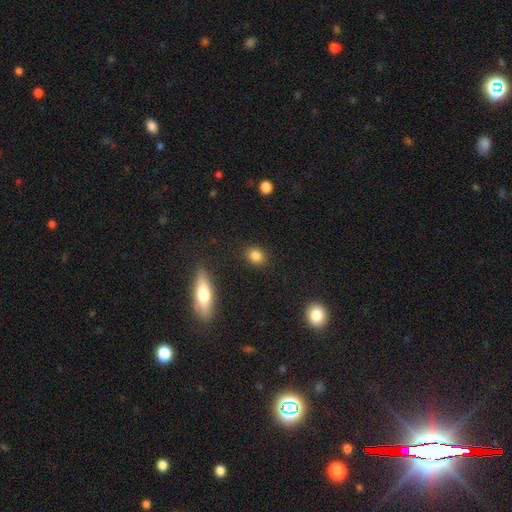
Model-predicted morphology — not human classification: The model was most divided on "how rounded": round: 62%, in between: 36%, cigar-shaped: 3%. More confident: merging — none (88%); smooth or featured — smooth (85%).